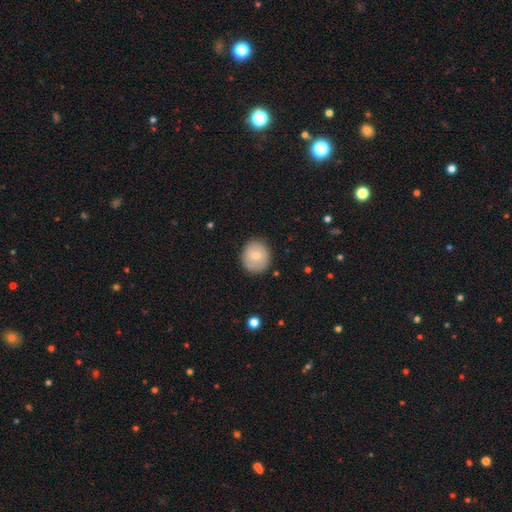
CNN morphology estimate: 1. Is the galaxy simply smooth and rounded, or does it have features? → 76% smooth, 17% featured or disk, 7% star or artifact.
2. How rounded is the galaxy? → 85% round, 14% in between, 1% cigar-shaped.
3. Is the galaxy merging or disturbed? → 87% none, 9% minor disturbance, 2% major disturbance, 1% merger.